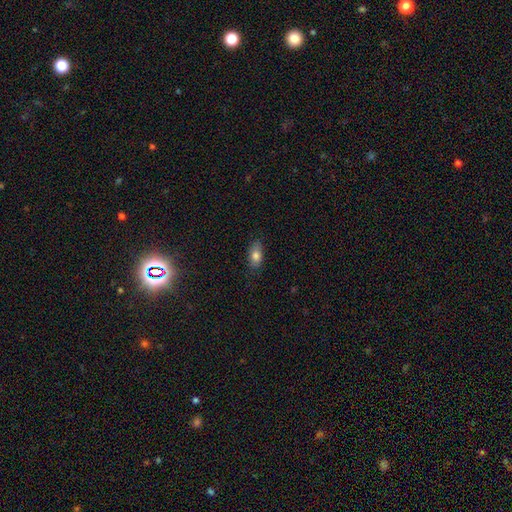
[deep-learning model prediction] Morphology: type=smooth (80%); roundness=in between (88%); merging=none (83%).